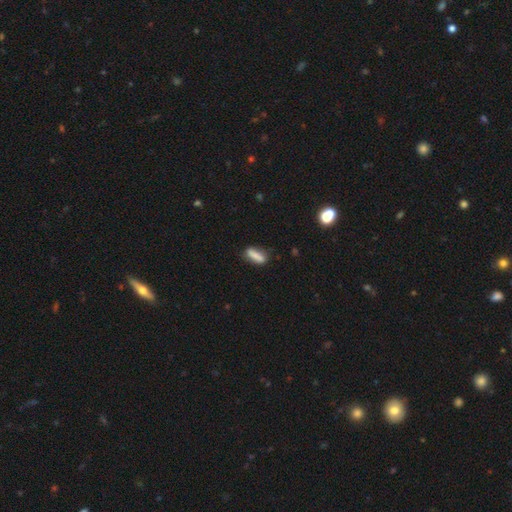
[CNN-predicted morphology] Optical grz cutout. It shows a smooth galaxy with no disk features (80%) that is in between round and cigar-shaped (54%). Merging: none (75%).